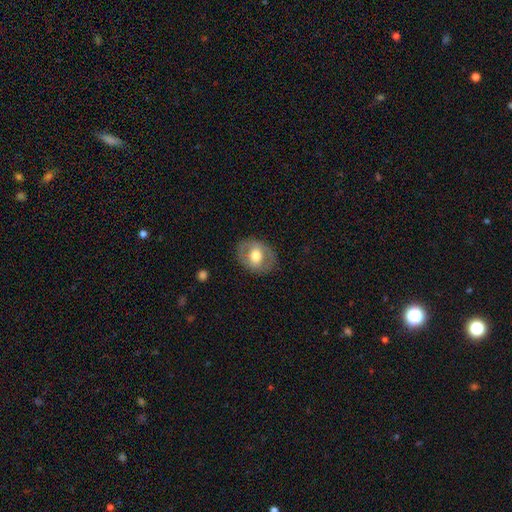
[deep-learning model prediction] This appears to be a smooth galaxy with no disk features (48%). Merging: none (82%).